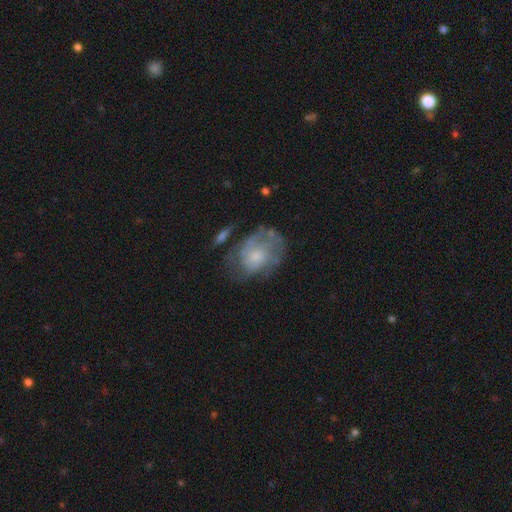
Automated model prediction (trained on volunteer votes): Morphology: type=featured or disk (56%); edge-on=no (97%); bar=no (80%); spiral arms=yes (64%); bulge=small (51%); merging=none (49%).